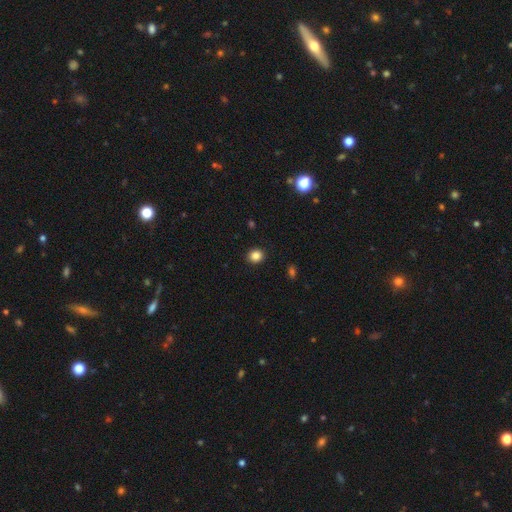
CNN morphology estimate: The model was most divided on "how rounded": round: 77%, in between: 22%, cigar-shaped: 1%. More confident: merging — none (92%); smooth or featured — smooth (86%).